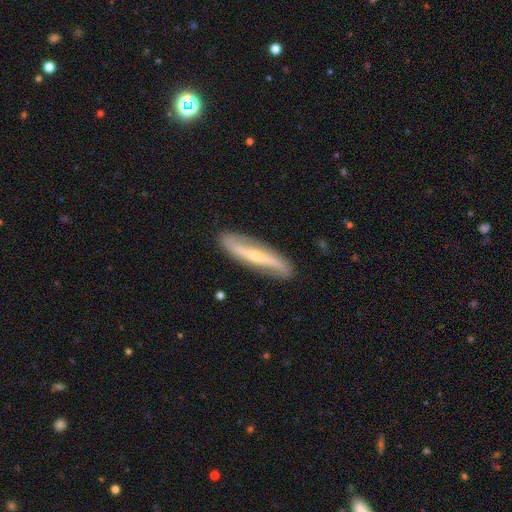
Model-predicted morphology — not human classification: This is likely a featured or disk galaxy (76%). It is possibly not viewed edge-on (59%). Merging: clearly none (85%).